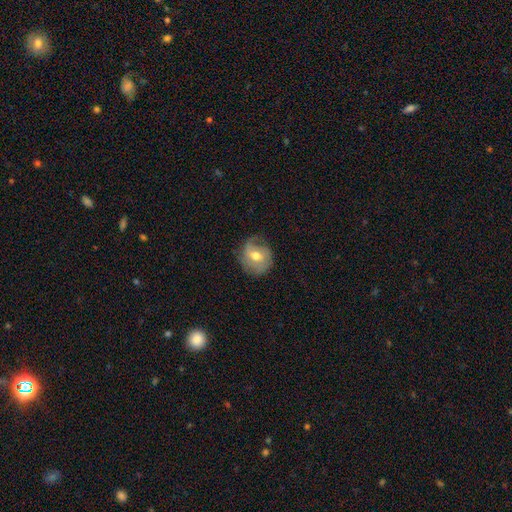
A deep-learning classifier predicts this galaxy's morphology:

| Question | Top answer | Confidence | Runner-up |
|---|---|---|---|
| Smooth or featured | smooth | 46% | tied: featured or disk (46%) |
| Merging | none | 61% | minor disturbance (27%) |